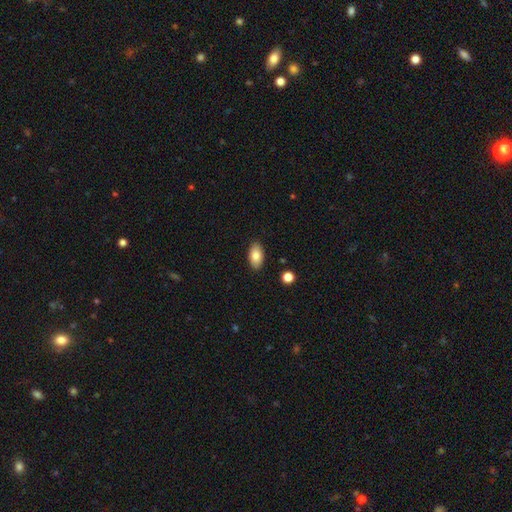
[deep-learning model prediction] This appears to be a smooth galaxy with no disk features (83%) that is in between round and cigar-shaped (93%). Merging: none (89%).